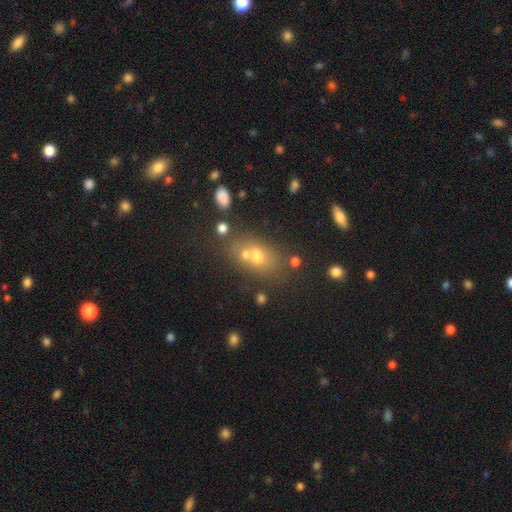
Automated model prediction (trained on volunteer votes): Smooth or featured: smooth — 58% (featured or disk — 24%)
How rounded: in between — 62% (round — 35%)
Merging: merger — 46% (none — 39%)